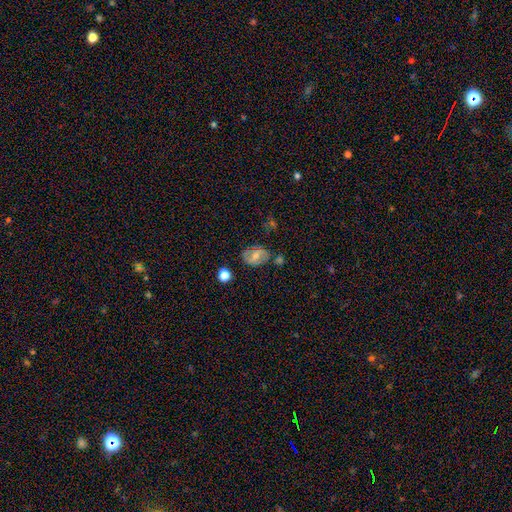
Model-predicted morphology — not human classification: Smooth or featured: featured or disk — 45% (tied with smooth — 45%)
Merging: none — 66% (minor disturbance — 20%)